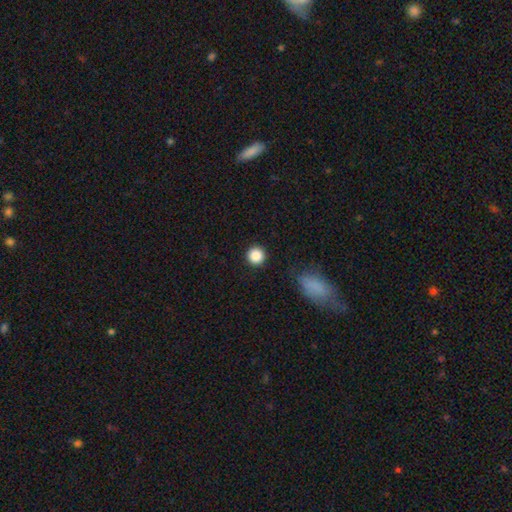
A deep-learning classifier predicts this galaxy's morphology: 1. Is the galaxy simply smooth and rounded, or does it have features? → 87% smooth, 10% star or artifact, 3% featured or disk.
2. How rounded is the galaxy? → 95% round, 4% in between, 1% cigar-shaped.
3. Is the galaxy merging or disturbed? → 91% none, 5% minor disturbance, 2% major disturbance, 1% merger.